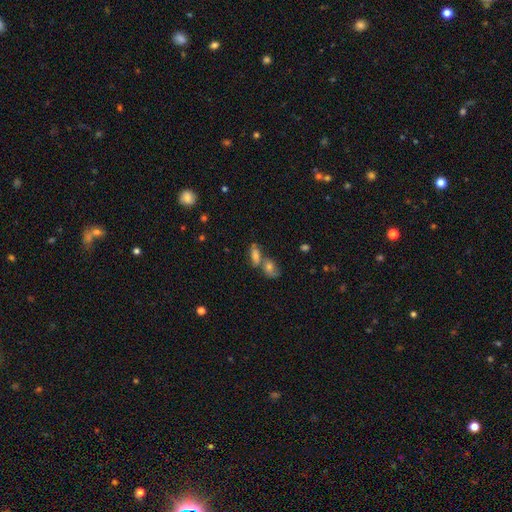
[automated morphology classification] The model was most divided on "merging": merger: 48%, none: 36%, minor disturbance: 10%, major disturbance: 6%. More confident: how rounded — in between (73%); smooth or featured — smooth (64%).